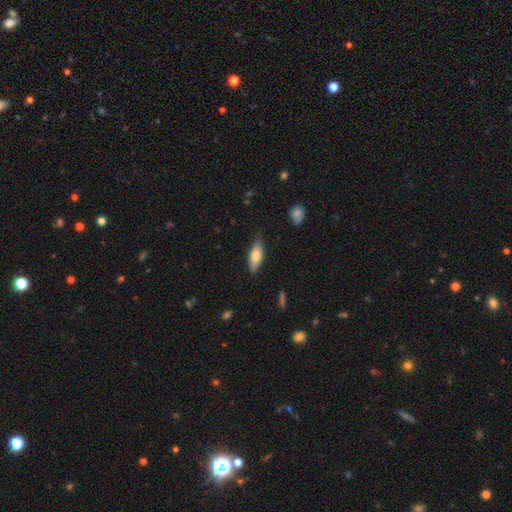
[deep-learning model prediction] Smooth or featured?
  - smooth: 70% *
  - featured or disk: 24%
  - star or artifact: 6%
How rounded?
  - in between: 63% *
  - cigar-shaped: 34%
  - round: 2%
Merging?
  - none: 80% *
  - minor disturbance: 16%
  - major disturbance: 2%
  - merger: 1%